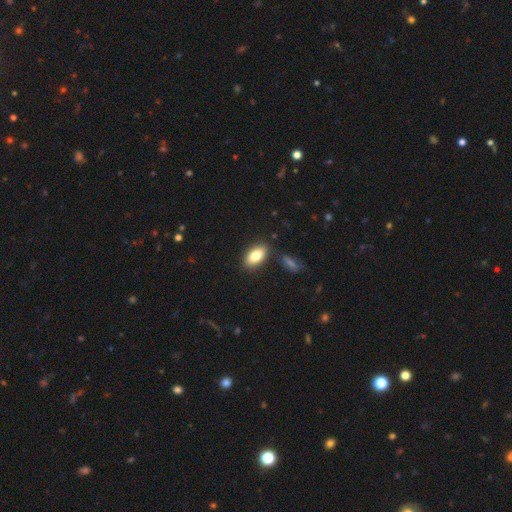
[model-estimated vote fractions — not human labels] A smooth galaxy with no disk features (80%) that is in between round and cigar-shaped (89%). Merging: none (83%).